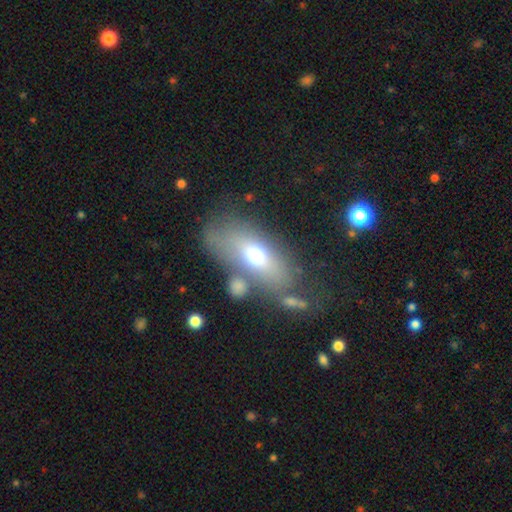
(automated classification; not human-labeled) Smooth or featured? smooth (59%)
How rounded? in between (72%)
Merging? none (56%)